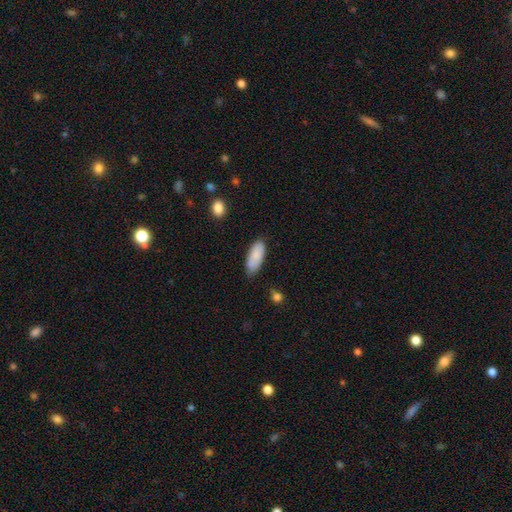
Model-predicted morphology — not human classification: The model was most divided on "merging": none: 77%, minor disturbance: 18%, major disturbance: 3%, merger: 2%. More confident: smooth or featured — smooth (85%); how rounded — in between (81%).